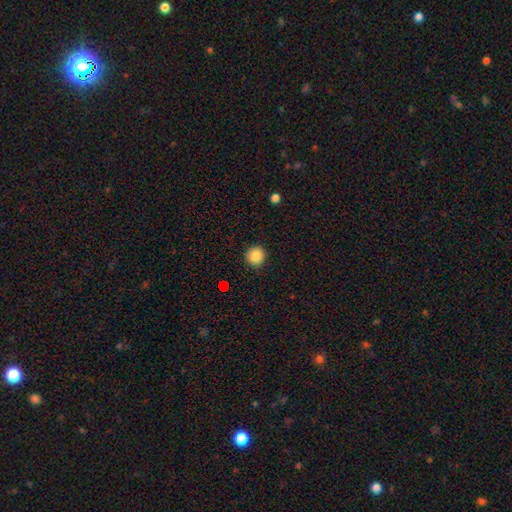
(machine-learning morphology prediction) smooth_or_featured: smooth (p=0.86) [alt: star or artifact p=0.10]
how_rounded: round (p=0.93) [alt: in between p=0.06]
merging: none (p=0.89) [alt: minor disturbance p=0.08]